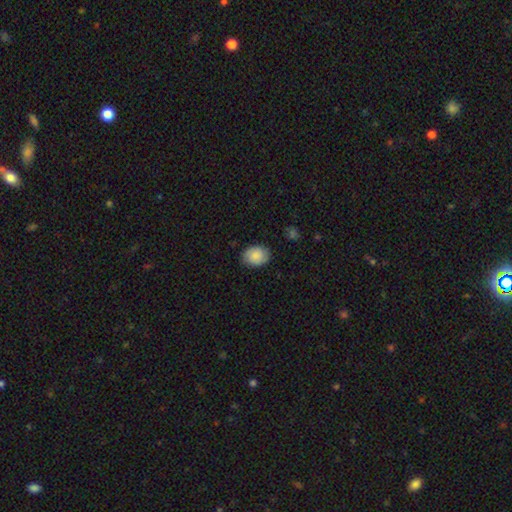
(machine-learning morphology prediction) smooth 81%, featured or disk 11%, star or artifact 7%. Down the decision tree: how rounded — in between (57%); merging — none (82%).